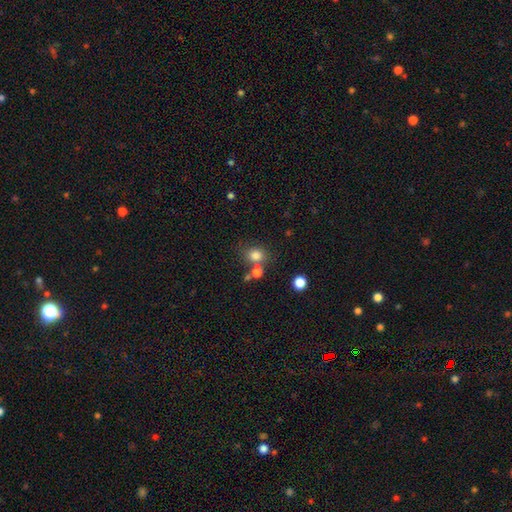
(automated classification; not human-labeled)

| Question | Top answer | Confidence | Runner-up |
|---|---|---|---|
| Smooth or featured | smooth | 78% | star or artifact (14%) |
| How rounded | round | 69% | in between (30%) |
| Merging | none | 59% | merger (25%) |